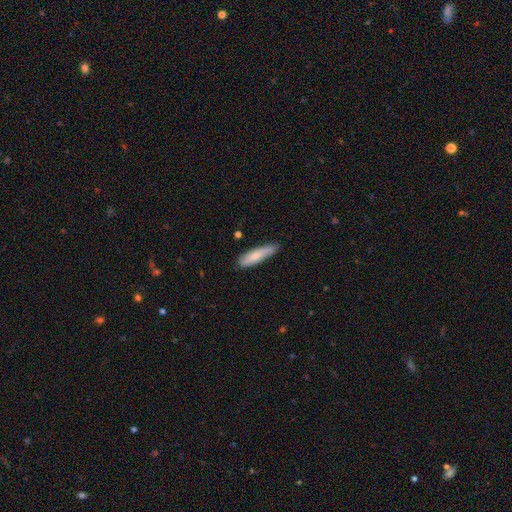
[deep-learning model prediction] Overall: smooth (74%). How rounded: cigar-shaped (74%). Merging: none (76%).